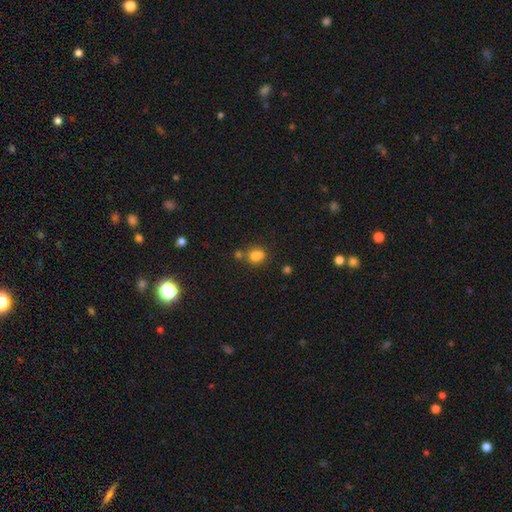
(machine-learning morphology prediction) Overall: smooth (75%). How rounded: round (77%). Merging: none (50%; merger 34%).